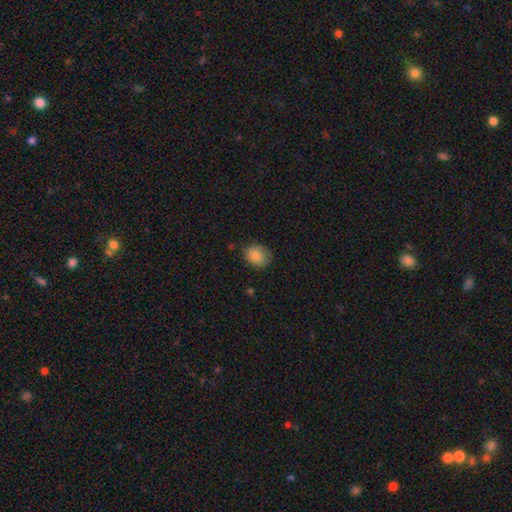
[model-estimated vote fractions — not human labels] smooth-or-featured: smooth: 87% | star or artifact: 8% | featured or disk: 5%
  how-rounded: round: 58% | in between: 41% | cigar-shaped: 1%
  merging: none: 75% | minor disturbance: 20% | major disturbance: 4% | merger: 1%